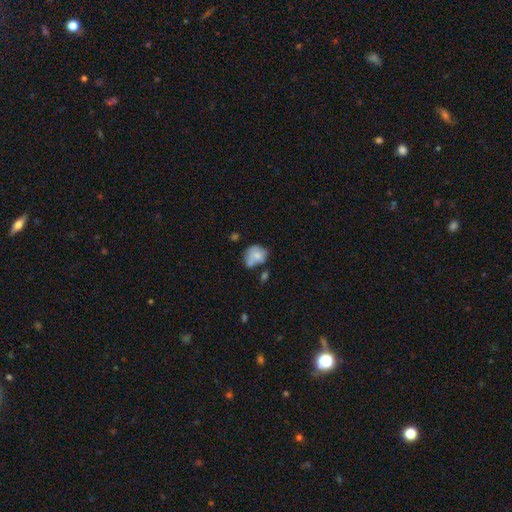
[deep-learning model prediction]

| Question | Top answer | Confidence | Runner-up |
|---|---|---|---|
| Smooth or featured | smooth | 69% | featured or disk (23%) |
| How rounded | round | 59% | in between (40%) |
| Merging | none | 36% | minor disturbance (27%) |